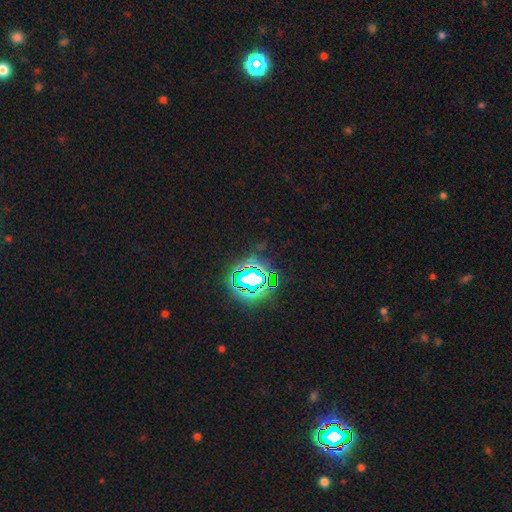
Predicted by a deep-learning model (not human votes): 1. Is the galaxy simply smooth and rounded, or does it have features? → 83% star or artifact, 11% smooth, 6% featured or disk.